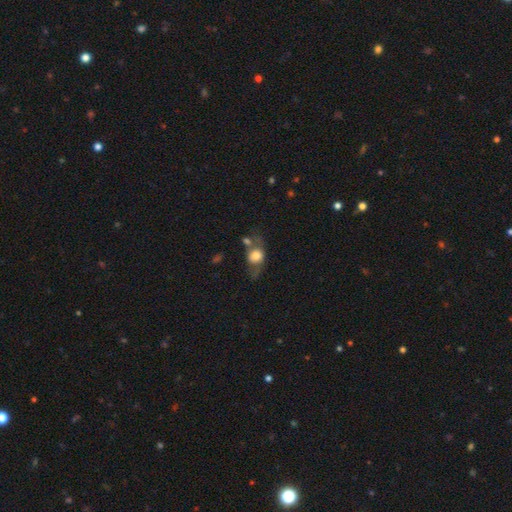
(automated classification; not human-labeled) Smooth or featured: smooth — 60% (featured or disk — 32%)
How rounded: round — 48% (tied with in between — 48%)
Merging: none — 46% (minor disturbance — 21%)